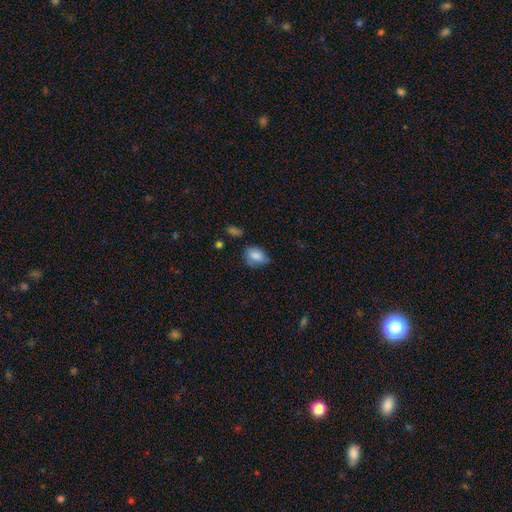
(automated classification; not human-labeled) A smooth galaxy with no disk features (81%) that is in between round and cigar-shaped (70%).

Vote fractions:
- Smooth or featured? smooth: 81% / featured or disk: 10% / star or artifact: 9%
- How rounded? in between: 70% / round: 29% / cigar-shaped: 1%
- Merging? none: 56% / minor disturbance: 33% / major disturbance: 8% / merger: 3%